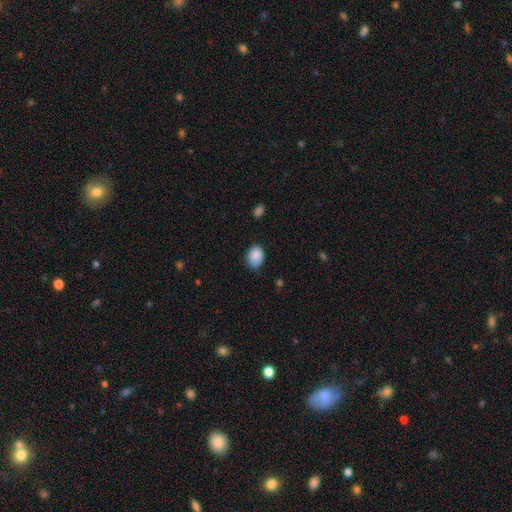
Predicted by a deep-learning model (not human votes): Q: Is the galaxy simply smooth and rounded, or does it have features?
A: smooth — 88%.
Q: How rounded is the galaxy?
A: in between — 73%.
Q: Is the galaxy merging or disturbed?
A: none — 69%.